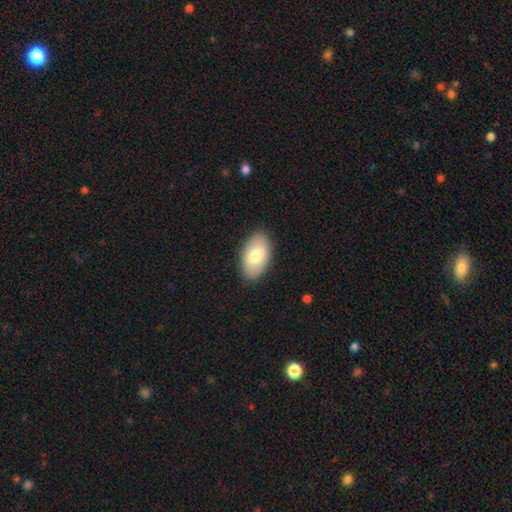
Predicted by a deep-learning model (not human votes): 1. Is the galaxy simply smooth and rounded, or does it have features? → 73% smooth, 21% featured or disk, 6% star or artifact.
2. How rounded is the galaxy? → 94% in between, 5% round, 1% cigar-shaped.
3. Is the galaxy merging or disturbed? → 87% none, 10% minor disturbance, 2% major disturbance, 1% merger.